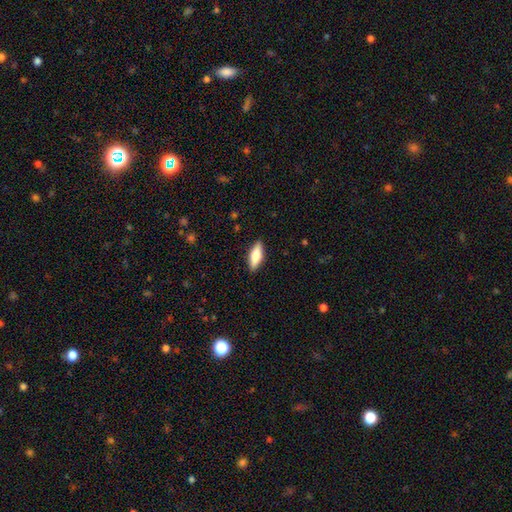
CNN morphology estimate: smooth_or_featured: smooth (p=0.64) [alt: featured or disk p=0.29]
how_rounded: in between (p=0.63) [alt: cigar-shaped p=0.34]
merging: none (p=0.89) [alt: minor disturbance p=0.08]